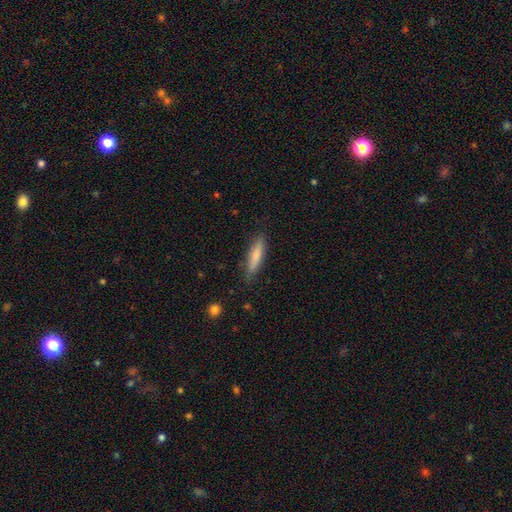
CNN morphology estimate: Overall: smooth (76%). How rounded: cigar-shaped (82%). Merging: none (85%).